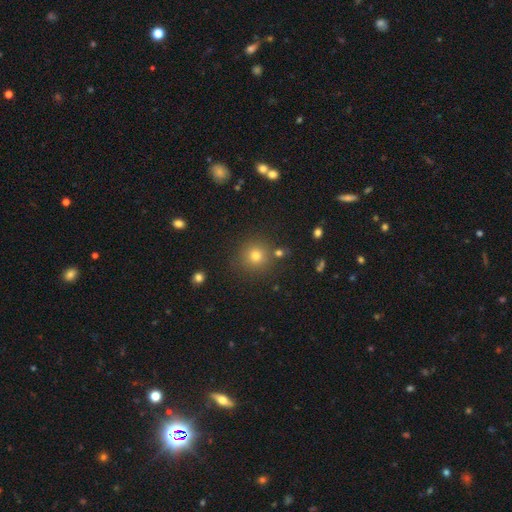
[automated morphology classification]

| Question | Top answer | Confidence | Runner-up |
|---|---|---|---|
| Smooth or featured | smooth | 75% | star or artifact (17%) |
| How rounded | round | 94% | in between (5%) |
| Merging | none | 85% | minor disturbance (7%) |